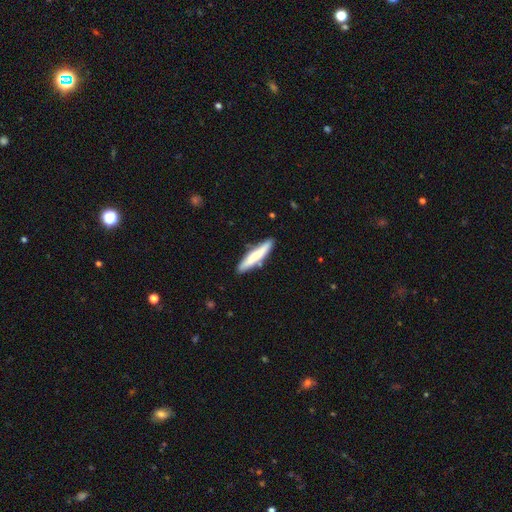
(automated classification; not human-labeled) Morphology: type=smooth (71%); roundness=cigar-shaped (89%); merging=none (82%).